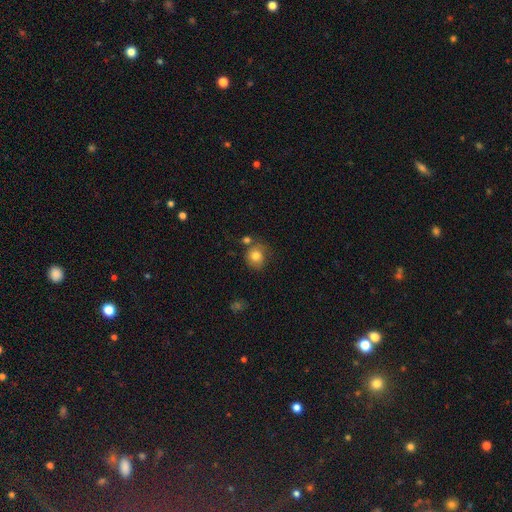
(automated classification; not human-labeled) smooth_or_featured: smooth (p=0.80) [alt: featured or disk p=0.11]
how_rounded: round (p=0.80) [alt: in between p=0.19]
merging: none (p=0.63) [alt: minor disturbance p=0.18]